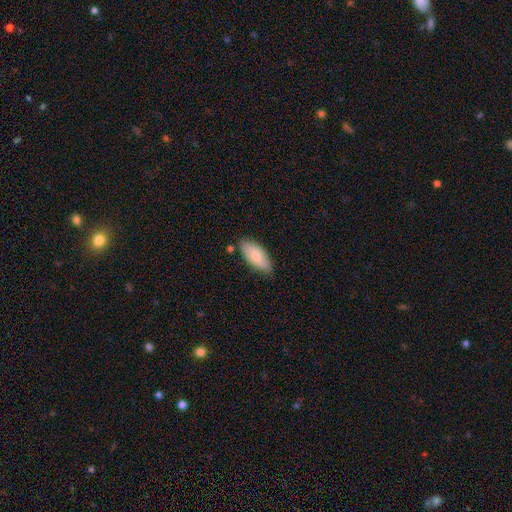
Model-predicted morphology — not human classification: type=smooth (77%); roundness=in between (86%); merging=none (77%).